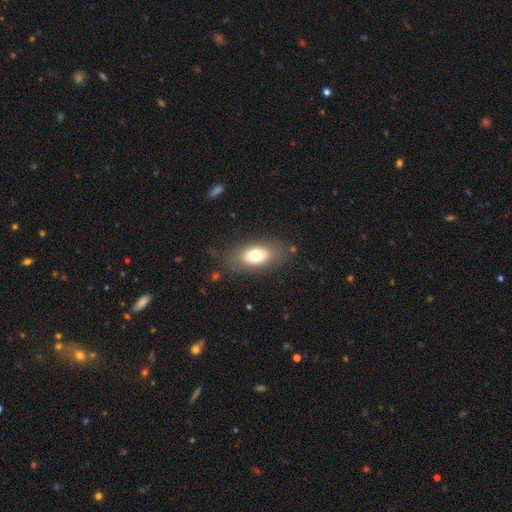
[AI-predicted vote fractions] A smooth galaxy with no disk features (72%) that is in between round and cigar-shaped (86%).

Vote fractions:
- Smooth or featured? smooth: 72% / featured or disk: 19% / star or artifact: 8%
- How rounded? in between: 86% / round: 8% / cigar-shaped: 5%
- Merging? none: 77% / minor disturbance: 15% / major disturbance: 7% / merger: 2%